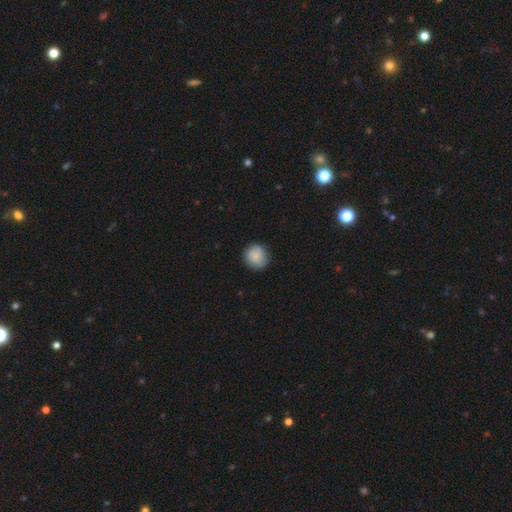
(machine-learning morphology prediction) type=smooth (81%); roundness=round (91%); merging=none (85%).